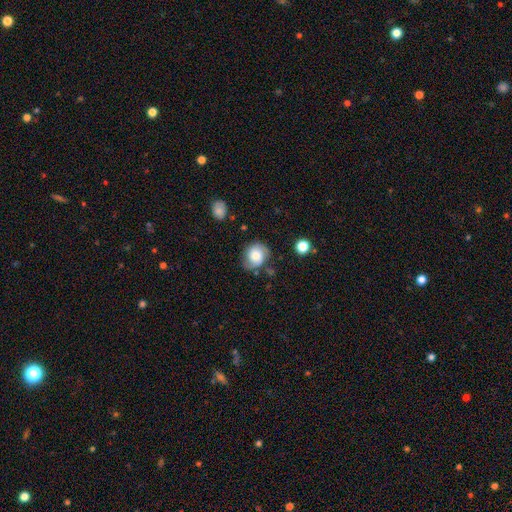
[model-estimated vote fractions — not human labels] Smooth or featured? smooth (51%)
How rounded? round (69%)
Merging? none (64%)